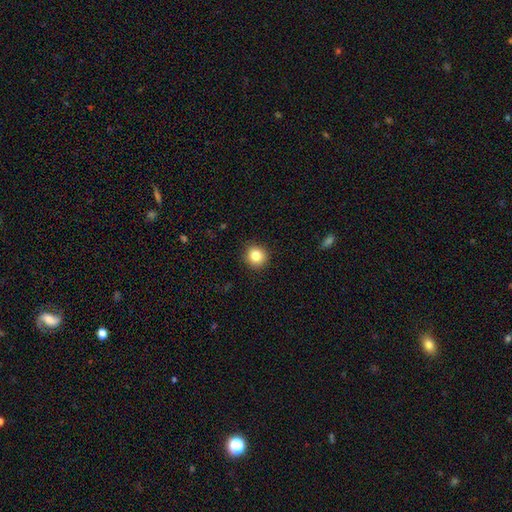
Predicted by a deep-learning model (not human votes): smooth 84%, star or artifact 10%, featured or disk 6%. Down the decision tree: how rounded — round (92%); merging — none (91%).